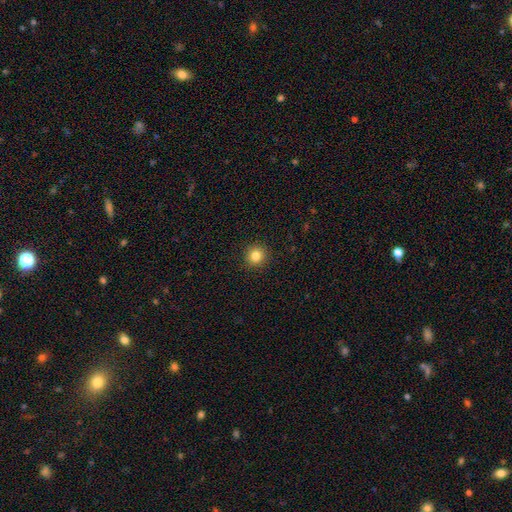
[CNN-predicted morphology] A smooth galaxy with no disk features (83%) that is round (95%). Merging: none (92%).